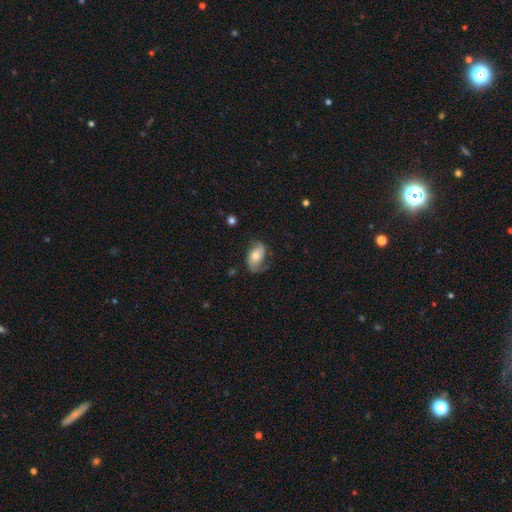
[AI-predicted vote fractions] featured or disk 60%, smooth 33%, star or artifact 7%. Down the decision tree: edge-on disk — no (96%); bar — no (64%); spiral arms — yes (88%); spiral arm count — 2 (82%); spiral winding — loose (51%); bulge size — moderate (61%); merging — none (62%).